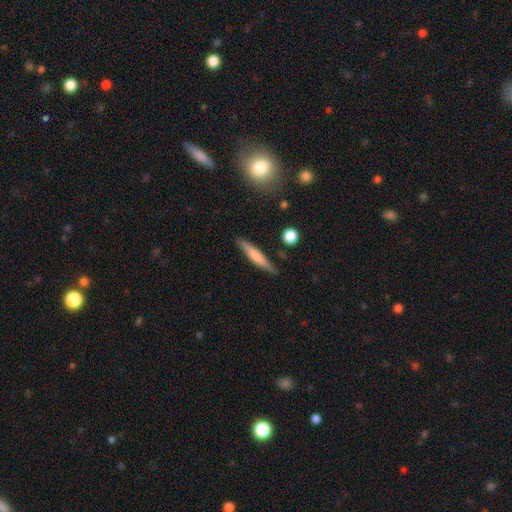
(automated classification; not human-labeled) The model was most divided on "smooth or featured": smooth: 59%, featured or disk: 35%, star or artifact: 6%. More confident: how rounded — cigar-shaped (91%); merging — none (84%).